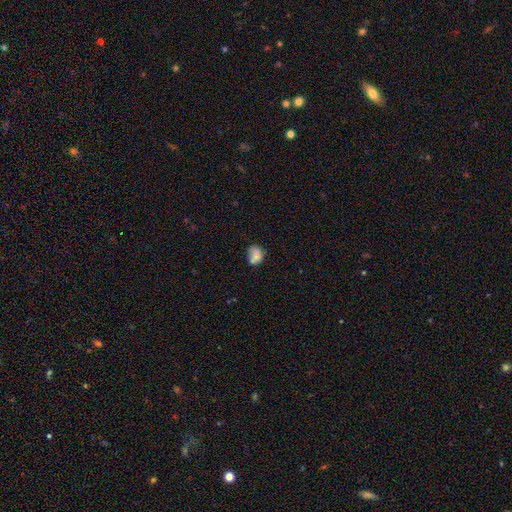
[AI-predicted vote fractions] Smooth or featured: smooth — 75% (featured or disk — 15%)
How rounded: in between — 51% (round — 48%)
Merging: none — 46% (minor disturbance — 28%)